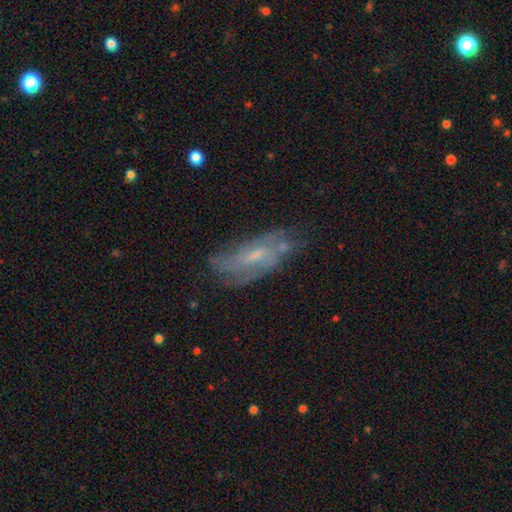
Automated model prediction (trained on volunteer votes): Smooth or featured?
  - featured or disk: 68% *
  - smooth: 25%
  - star or artifact: 7%
Edge-on disk?
  - no: 88% *
  - yes: 12%
Bar?
  - weak: 47% *
  - no: 43%
  - strong: 10%
Spiral arms?
  - yes: 76% *
  - no: 24%
Bulge size?
  - small: 54% *
  - moderate: 34%
  - none: 9%
  - large: 2%
  - dominant: 1%
Merging?
  - none: 55% *
  - minor disturbance: 27%
  - major disturbance: 14%
  - merger: 4%